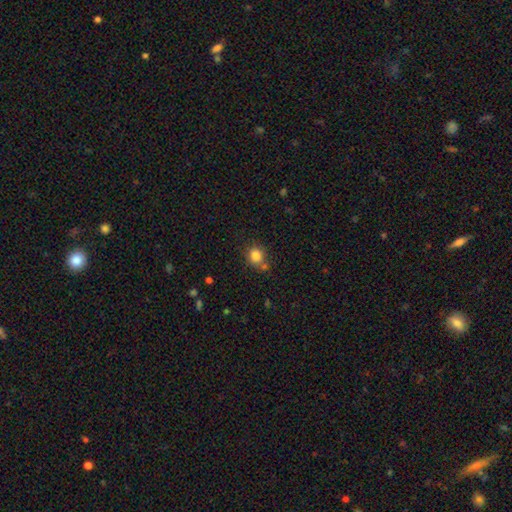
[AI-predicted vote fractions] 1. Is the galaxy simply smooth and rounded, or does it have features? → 82% smooth, 11% star or artifact, 6% featured or disk.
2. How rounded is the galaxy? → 85% round, 14% in between, 1% cigar-shaped.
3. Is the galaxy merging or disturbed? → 69% none, 14% merger, 14% minor disturbance, 4% major disturbance.